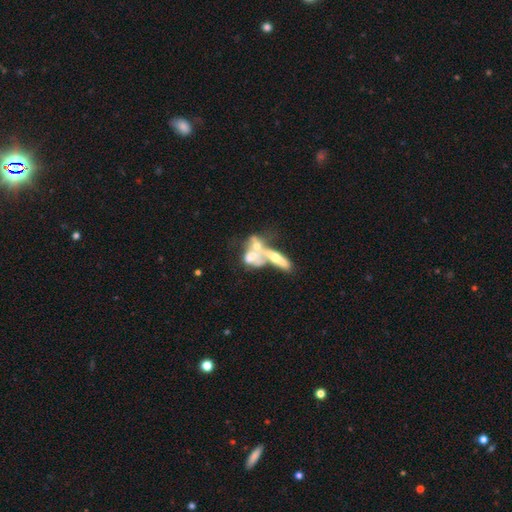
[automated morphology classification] Overall: featured or disk (60%; smooth 30%). Edge-on disk: no (81%). Merging: merger (67%).